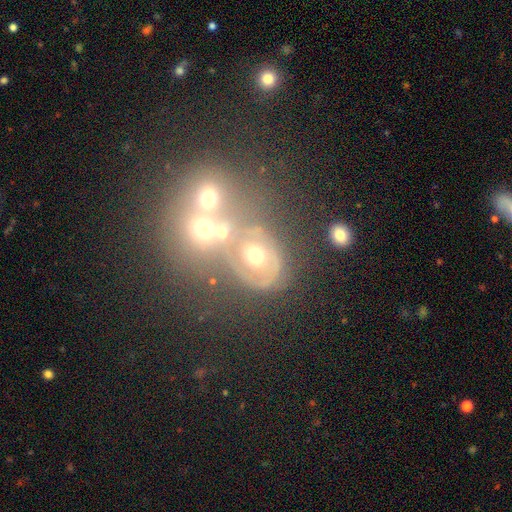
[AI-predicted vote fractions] A featured or disk galaxy (47%). Merging: merger (42%).